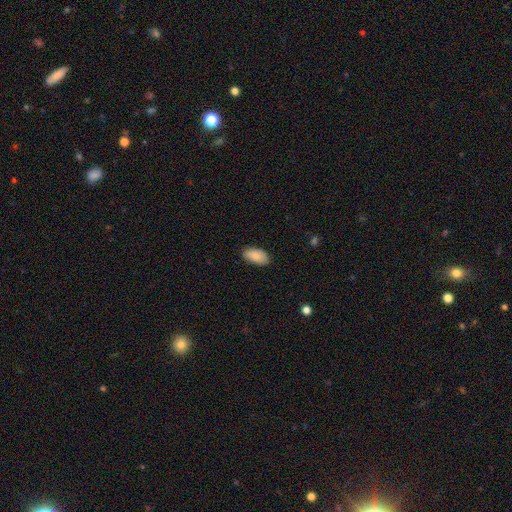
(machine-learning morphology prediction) Smooth or featured? smooth (87%)
How rounded? in between (94%)
Merging? none (81%)